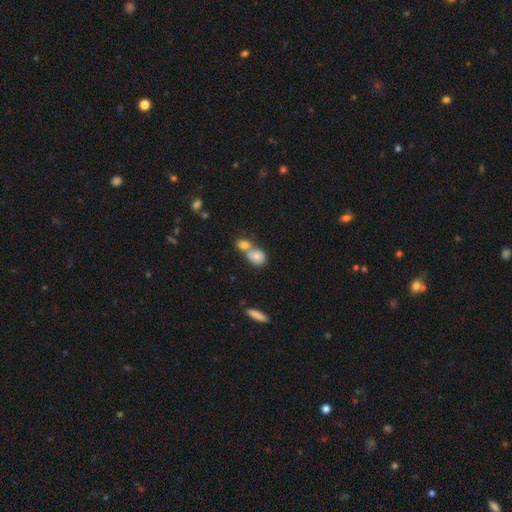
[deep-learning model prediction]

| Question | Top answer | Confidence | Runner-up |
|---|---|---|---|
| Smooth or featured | smooth | 77% | featured or disk (14%) |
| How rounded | round | 53% | in between (44%) |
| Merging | merger | 56% | none (32%) |